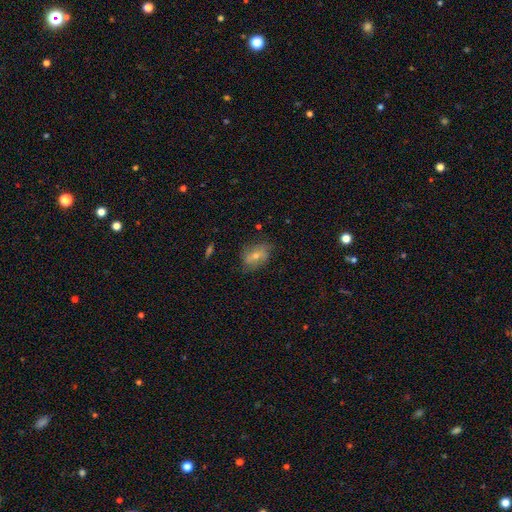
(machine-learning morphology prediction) This appears to be a featured or disk galaxy (46%). Merging: none (74%).